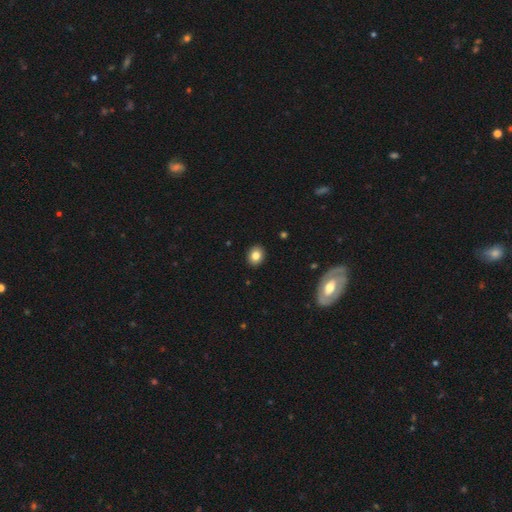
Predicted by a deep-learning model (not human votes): Smooth or featured? smooth (82%)
How rounded? round (58%)
Merging? none (91%)